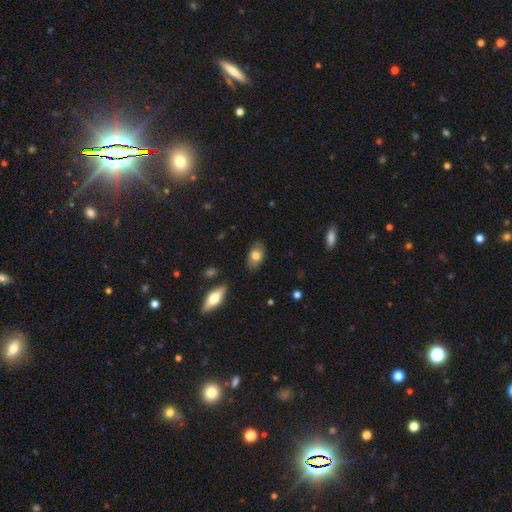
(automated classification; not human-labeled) Morphology: type=smooth (75%); roundness=in between (86%); merging=none (78%).